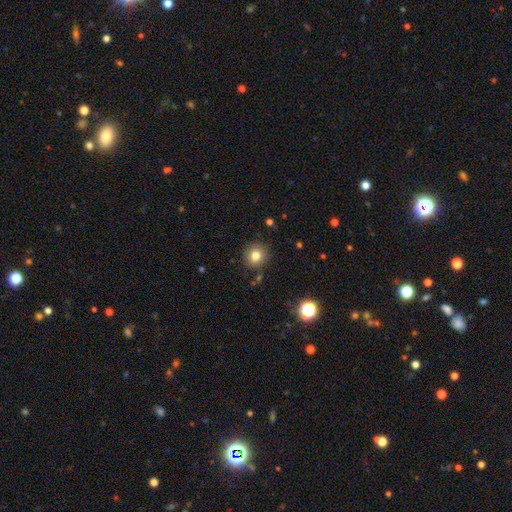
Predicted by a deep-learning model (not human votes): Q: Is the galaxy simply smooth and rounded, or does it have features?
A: smooth — 81%.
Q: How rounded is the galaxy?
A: round — 90%.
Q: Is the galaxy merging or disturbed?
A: none — 86%.